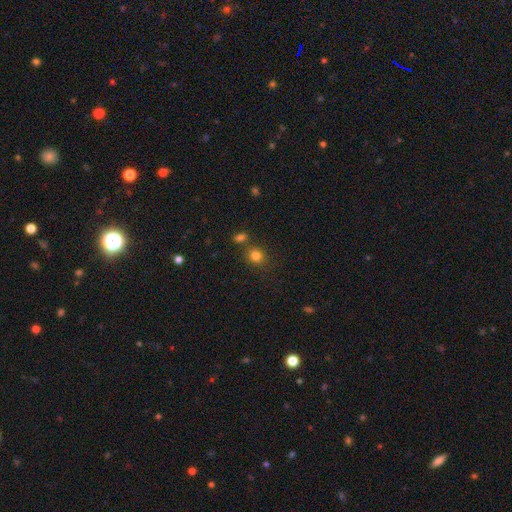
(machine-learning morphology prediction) This appears to be a smooth galaxy with no disk features (81%) that is round (79%). Merging: none (74%).